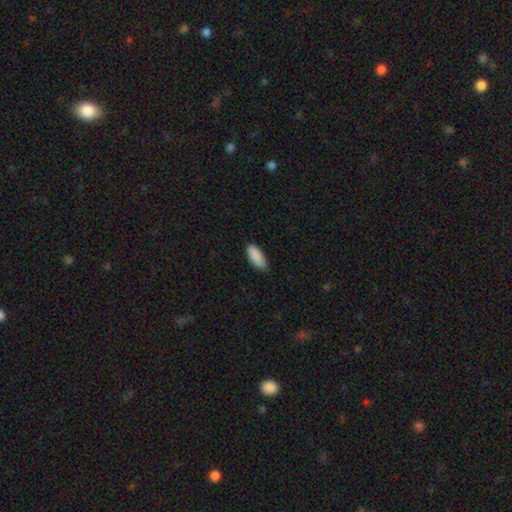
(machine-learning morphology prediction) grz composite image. It shows a smooth galaxy with no disk features (90%) that is in between round and cigar-shaped (78%). Merging: none (82%).